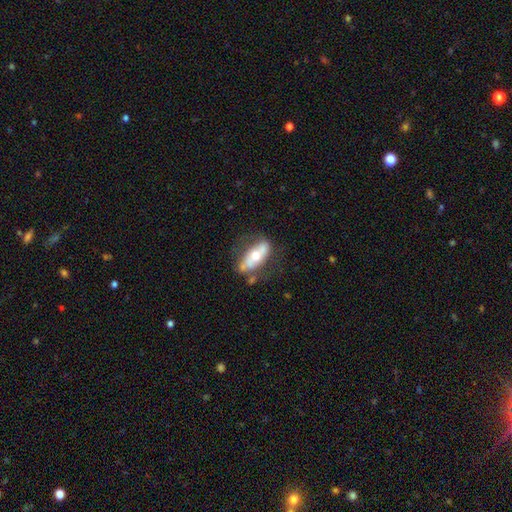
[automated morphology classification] The model was most divided on "smooth or featured": featured or disk: 52%, smooth: 42%, star or artifact: 6%. More confident: edge-on disk — no (80%); merging — none (58%).